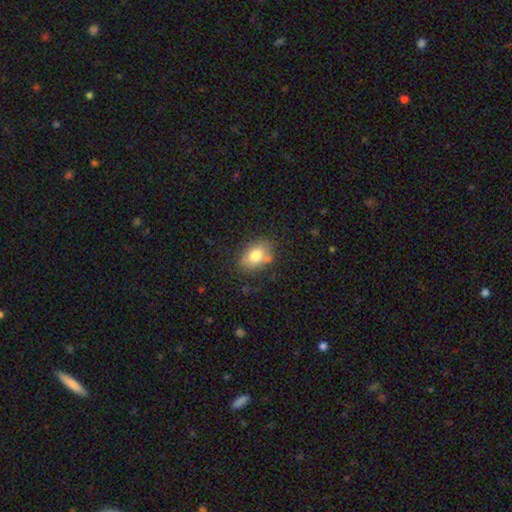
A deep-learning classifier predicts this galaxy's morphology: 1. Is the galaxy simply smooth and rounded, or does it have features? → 77% smooth, 15% featured or disk, 8% star or artifact.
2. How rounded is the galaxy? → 78% in between, 20% round, 1% cigar-shaped.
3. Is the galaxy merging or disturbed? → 72% none, 18% minor disturbance, 6% merger, 5% major disturbance.